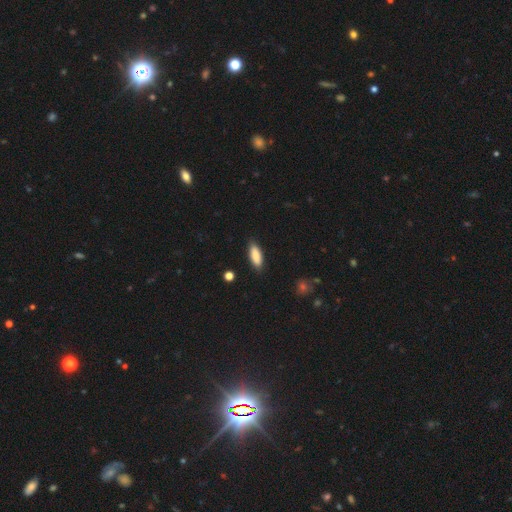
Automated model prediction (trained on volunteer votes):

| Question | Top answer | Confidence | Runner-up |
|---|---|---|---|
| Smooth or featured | smooth | 87% | featured or disk (7%) |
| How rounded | in between | 69% | cigar-shaped (29%) |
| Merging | none | 86% | minor disturbance (11%) |